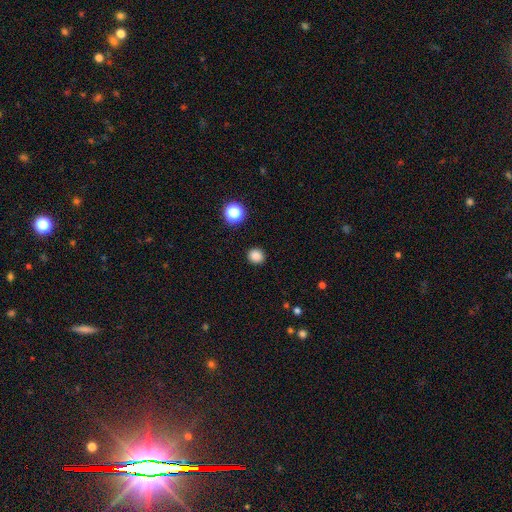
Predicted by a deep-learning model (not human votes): The model was most divided on "smooth or featured": smooth: 84%, star or artifact: 13%, featured or disk: 3%. More confident: merging — none (91%); how rounded — round (87%).